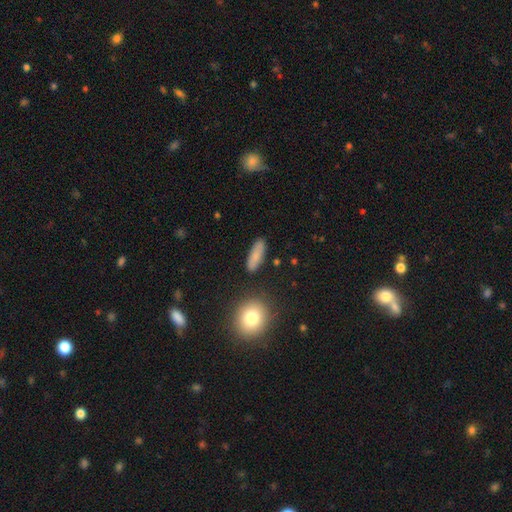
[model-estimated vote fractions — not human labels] Smooth or featured? smooth (82%)
How rounded? cigar-shaped (50%)
Merging? none (84%)